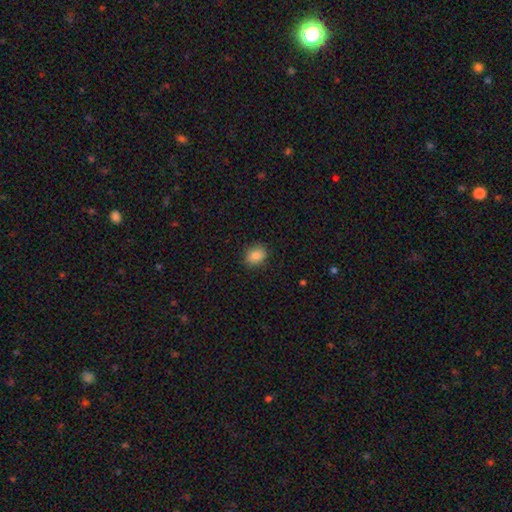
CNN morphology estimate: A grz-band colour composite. It shows a smooth galaxy with no disk features (86%) that is round (51%). Merging: none (87%).